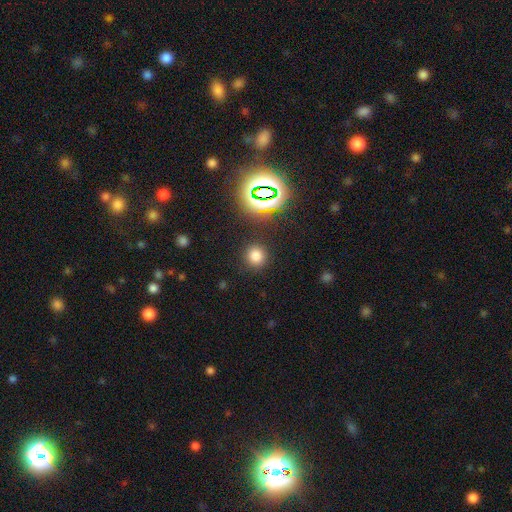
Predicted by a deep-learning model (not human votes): Smooth or featured?
  - smooth: 72% *
  - star or artifact: 22%
  - featured or disk: 6%
How rounded?
  - round: 89% *
  - in between: 10%
  - cigar-shaped: 1%
Merging?
  - none: 88% *
  - minor disturbance: 8%
  - major disturbance: 3%
  - merger: 2%